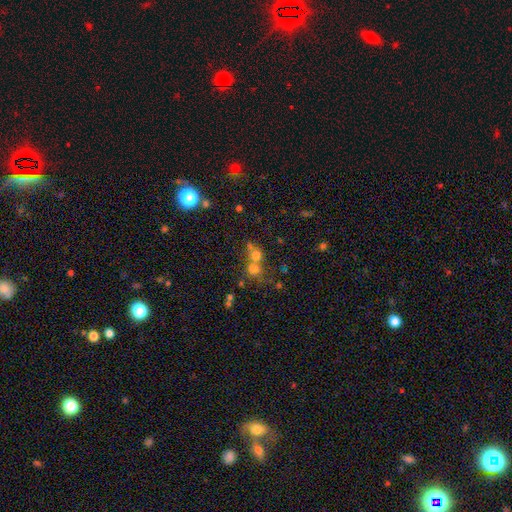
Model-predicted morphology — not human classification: This appears to be a smooth galaxy with no disk features (53%) that is round (84%). Merging: merger (46%).